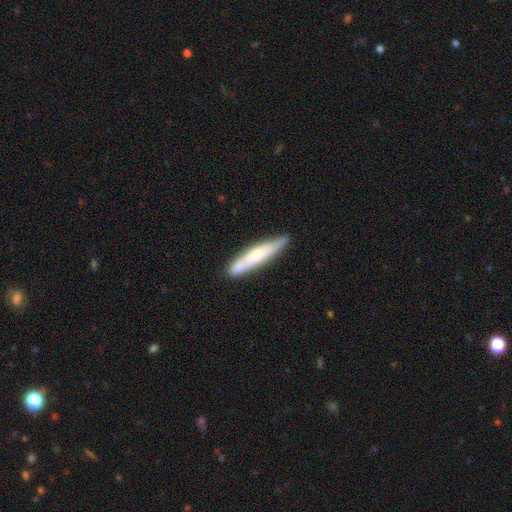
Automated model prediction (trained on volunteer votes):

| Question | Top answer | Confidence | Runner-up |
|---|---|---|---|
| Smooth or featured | smooth | 53% | featured or disk (41%) |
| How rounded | cigar-shaped | 88% | in between (11%) |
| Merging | none | 77% | minor disturbance (15%) |